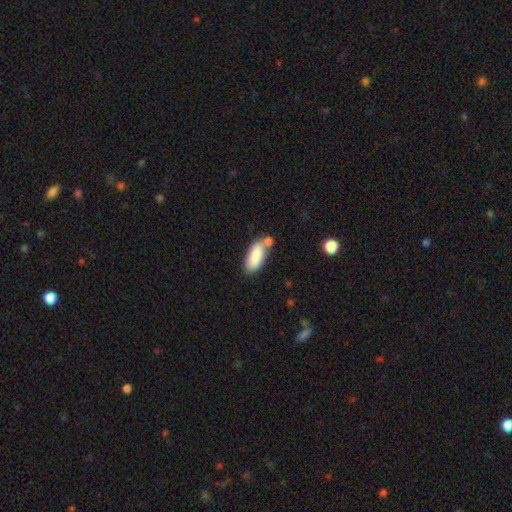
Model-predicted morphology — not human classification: smooth-or-featured: smooth: 84% | featured or disk: 10% | star or artifact: 6%
  how-rounded: in between: 81% | cigar-shaped: 17% | round: 2%
  merging: none: 53% | merger: 26% | minor disturbance: 17% | major disturbance: 5%